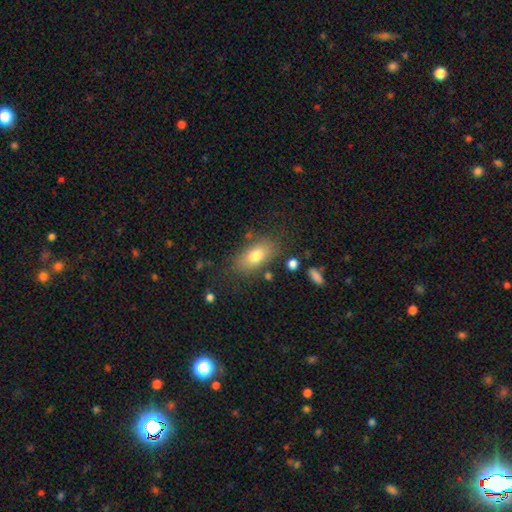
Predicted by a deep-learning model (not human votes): Smooth or featured? smooth (76%)
How rounded? in between (87%)
Merging? none (78%)